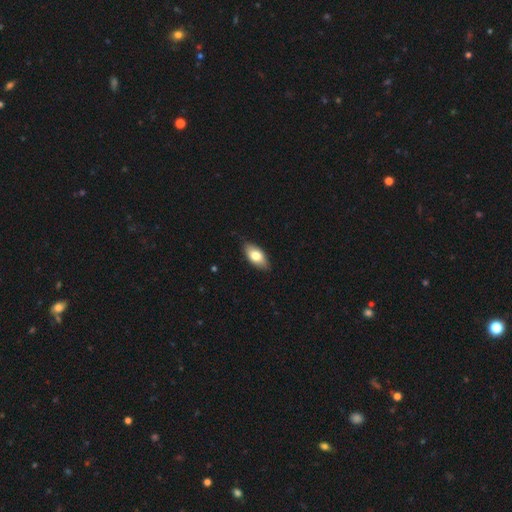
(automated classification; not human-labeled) Overall: smooth (77%). How rounded: in between (92%). Merging: none (85%).